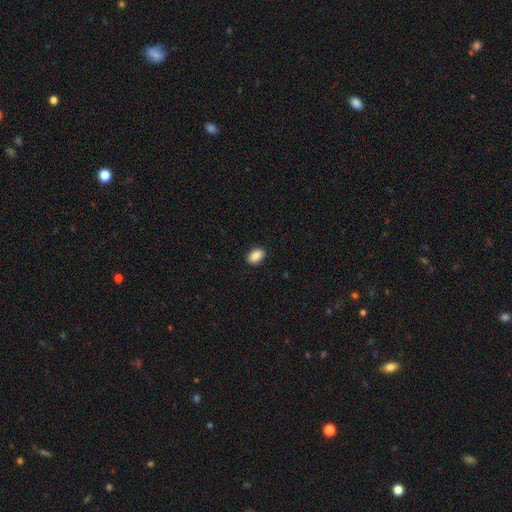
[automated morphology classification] Smooth or featured? smooth (89%)
How rounded? in between (87%)
Merging? none (90%)